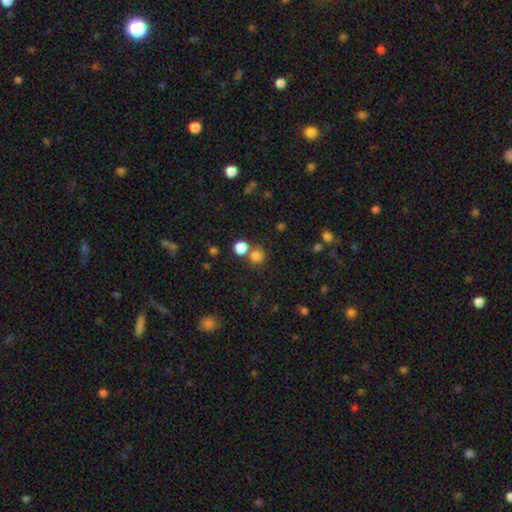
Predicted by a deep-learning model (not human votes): Smooth or featured?
  - smooth: 79% *
  - star or artifact: 15%
  - featured or disk: 6%
How rounded?
  - round: 89% *
  - in between: 10%
  - cigar-shaped: 1%
Merging?
  - none: 63% *
  - merger: 25%
  - minor disturbance: 8%
  - major disturbance: 4%